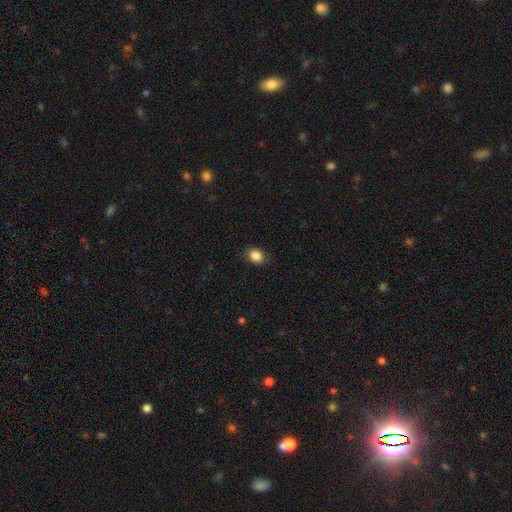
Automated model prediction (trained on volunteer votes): The model was most divided on "how rounded": round: 51%, in between: 48%, cigar-shaped: 1%. More confident: smooth or featured — smooth (87%); merging — none (86%).